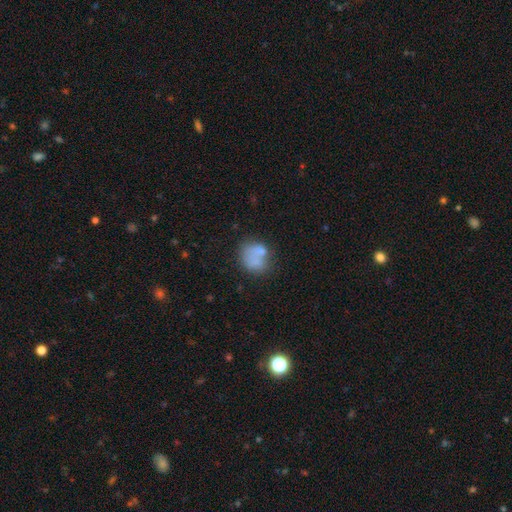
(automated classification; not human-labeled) Smooth or featured? smooth (70%)
How rounded? round (64%)
Merging? none (43%)